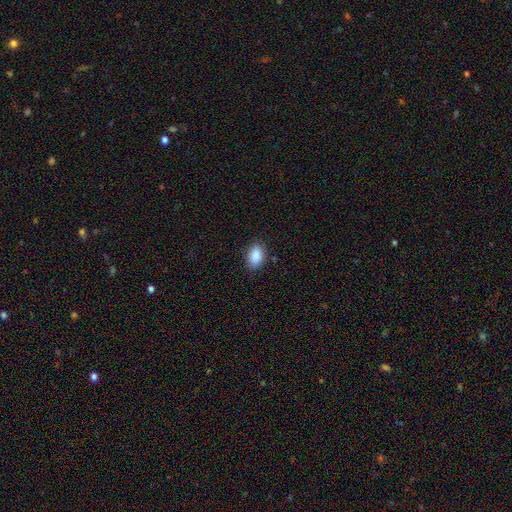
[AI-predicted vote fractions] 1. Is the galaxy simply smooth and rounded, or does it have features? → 89% smooth, 7% star or artifact, 4% featured or disk.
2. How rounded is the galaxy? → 89% in between, 9% round, 2% cigar-shaped.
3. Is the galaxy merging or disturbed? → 85% none, 12% minor disturbance, 3% major disturbance, 1% merger.